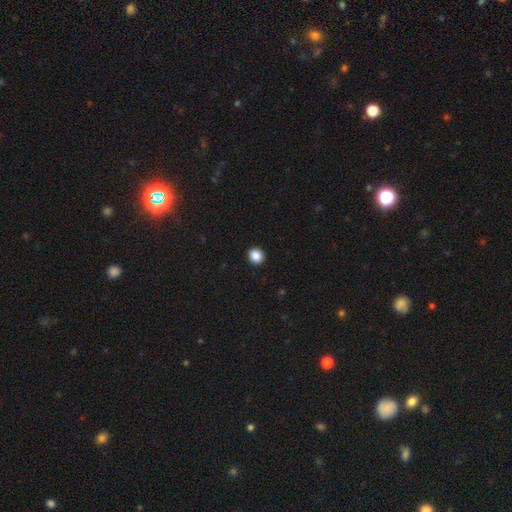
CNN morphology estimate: Q: Smooth or featured?
A: smooth (89%); runner-up: star or artifact (9%)
Q: How rounded?
A: round (83%); runner-up: in between (16%)
Q: Merging?
A: none (93%); runner-up: minor disturbance (5%)